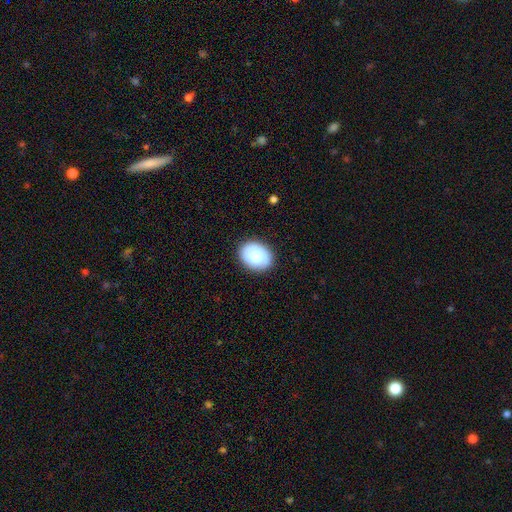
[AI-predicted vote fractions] smooth-or-featured: smooth: 86% | featured or disk: 8% | star or artifact: 6%
  how-rounded: in between: 60% | round: 39% | cigar-shaped: 1%
  merging: none: 87% | minor disturbance: 10% | major disturbance: 2% | merger: 1%